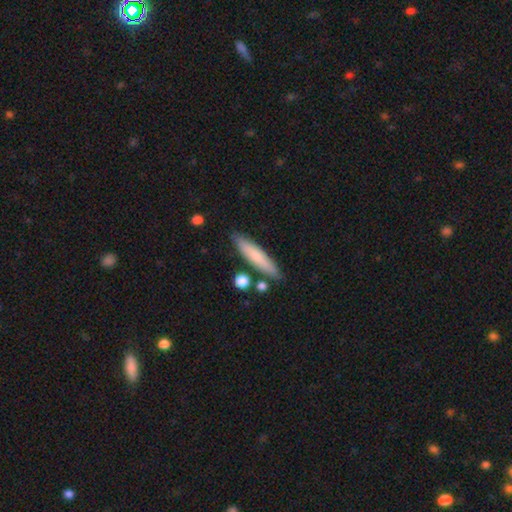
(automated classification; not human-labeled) Smooth or featured? smooth (73%)
How rounded? cigar-shaped (87%)
Merging? none (83%)